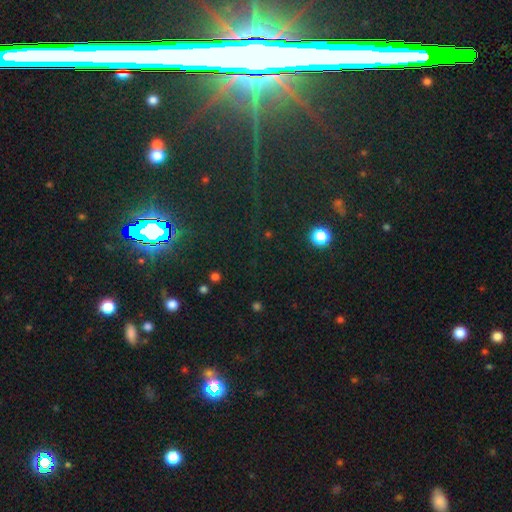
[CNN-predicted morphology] This appears to be a star or artifact, not a galaxy (76%).